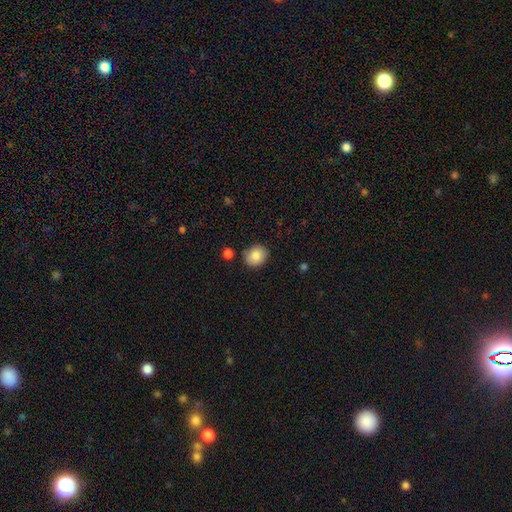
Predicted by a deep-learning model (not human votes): This appears to be a smooth galaxy with no disk features (86%) that is round (65%). Merging: none (81%).